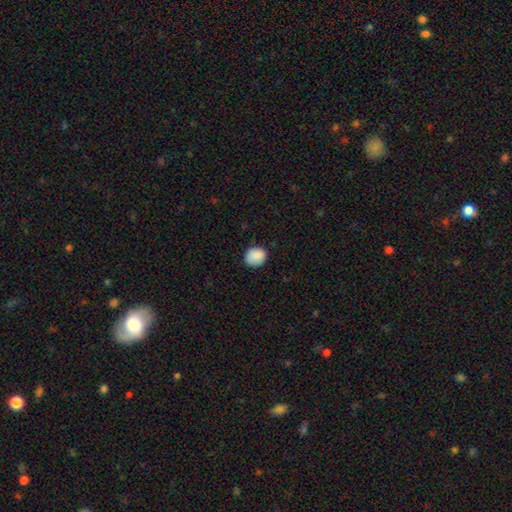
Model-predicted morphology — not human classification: Smooth or featured: smooth — 89% (star or artifact — 8%)
How rounded: round — 63% (in between — 36%)
Merging: none — 80% (minor disturbance — 16%)